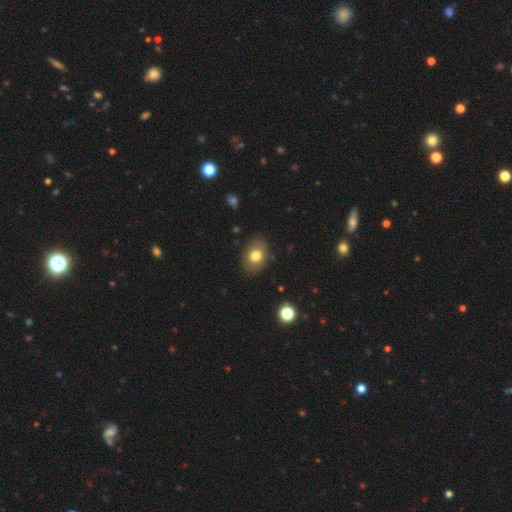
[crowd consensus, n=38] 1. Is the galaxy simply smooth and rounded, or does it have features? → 82% smooth, 13% featured or disk, 5% star or artifact.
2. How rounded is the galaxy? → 52% in between, 48% round, 0% cigar-shaped.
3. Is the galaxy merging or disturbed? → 81% none, 14% minor disturbance, 6% major disturbance, 0% merger.